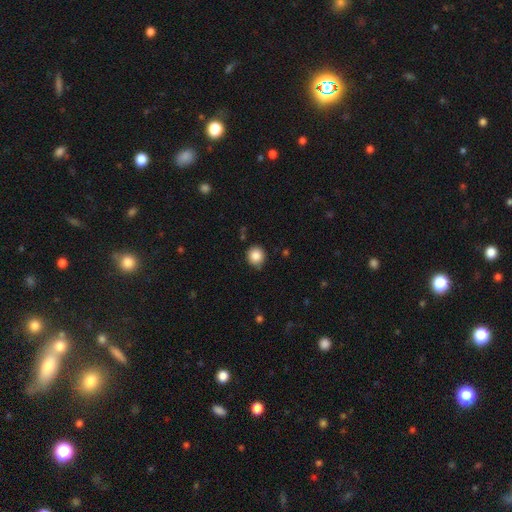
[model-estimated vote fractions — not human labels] Overall: smooth (86%). How rounded: round (91%). Merging: none (83%).